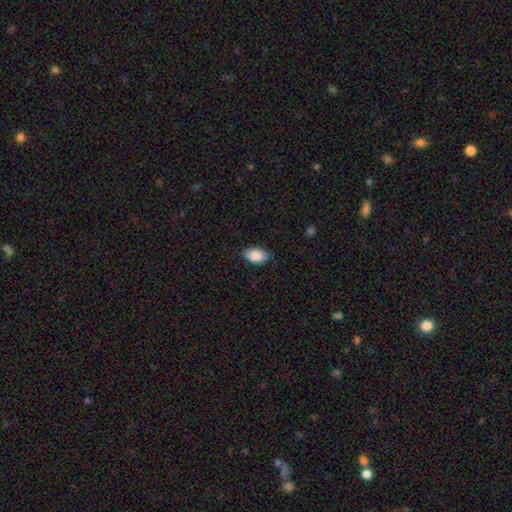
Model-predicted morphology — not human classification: The model was most divided on "merging": none: 82%, minor disturbance: 15%, major disturbance: 3%, merger: 1%. More confident: how rounded — in between (92%); smooth or featured — smooth (88%).